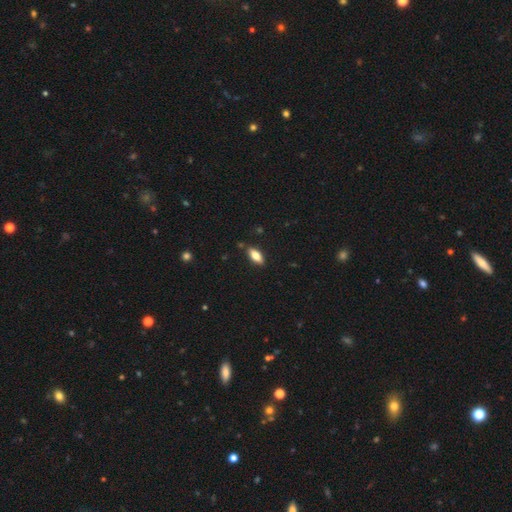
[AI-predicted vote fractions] smooth 75%, featured or disk 19%, star or artifact 7%. Down the decision tree: how rounded — in between (81%); merging — none (85%).